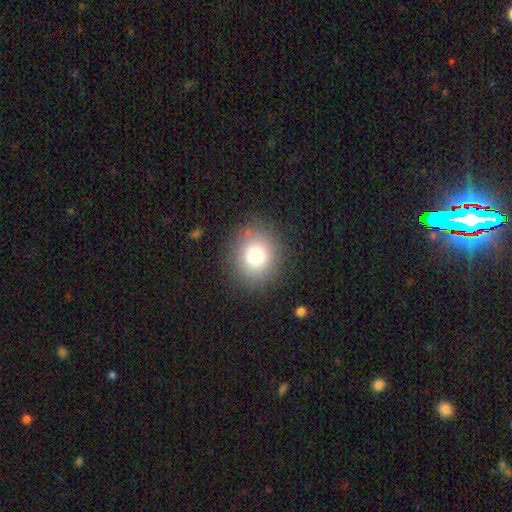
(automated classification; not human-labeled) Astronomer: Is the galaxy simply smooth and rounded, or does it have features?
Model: smooth — 76%.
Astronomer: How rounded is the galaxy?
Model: round — 78%.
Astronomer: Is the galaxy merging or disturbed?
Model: none — 87%.